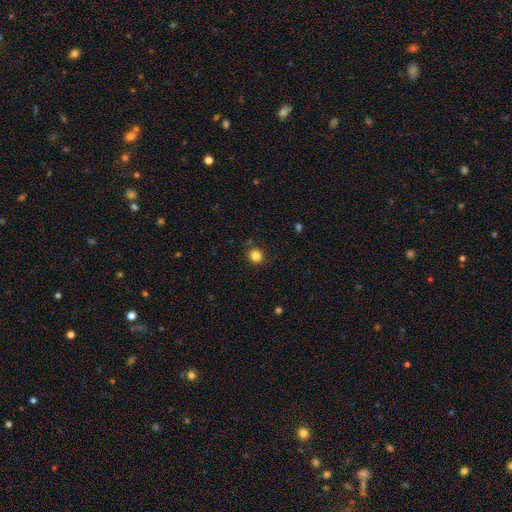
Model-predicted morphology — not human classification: type=smooth (84%); roundness=round (91%); merging=none (88%).